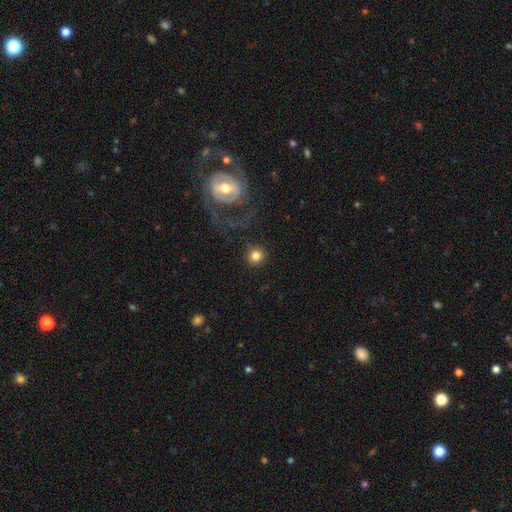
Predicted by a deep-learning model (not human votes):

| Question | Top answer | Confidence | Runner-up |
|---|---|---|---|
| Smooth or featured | smooth | 77% | featured or disk (12%) |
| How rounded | round | 93% | in between (6%) |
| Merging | none | 83% | minor disturbance (8%) |